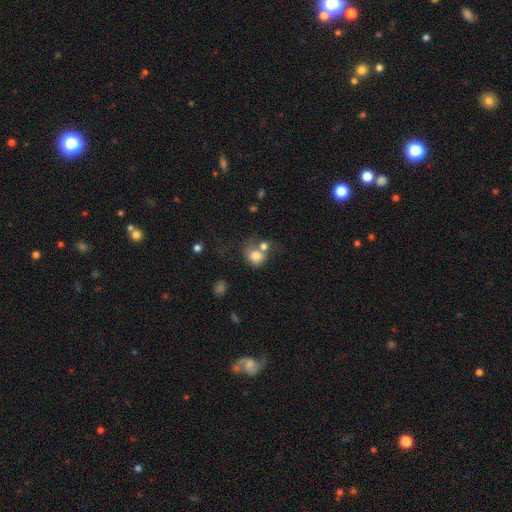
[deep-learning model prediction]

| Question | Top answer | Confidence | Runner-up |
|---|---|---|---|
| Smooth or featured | smooth | 76% | featured or disk (14%) |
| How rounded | round | 65% | in between (34%) |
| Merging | merger | 51% | none (25%) |